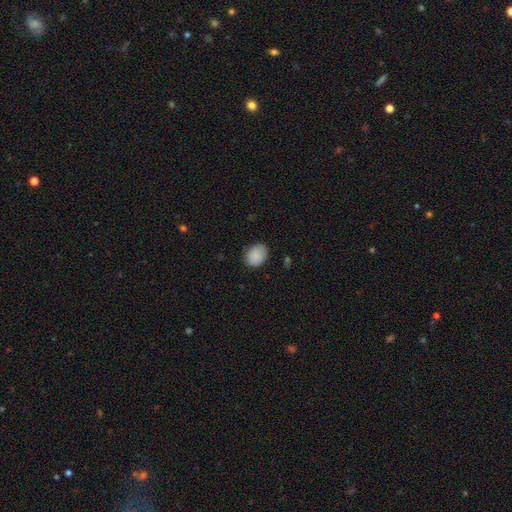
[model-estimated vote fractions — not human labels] Smooth or featured?
  - smooth: 88% *
  - star or artifact: 8%
  - featured or disk: 4%
How rounded?
  - in between: 57% *
  - round: 42%
  - cigar-shaped: 1%
Merging?
  - none: 80% *
  - minor disturbance: 16%
  - major disturbance: 3%
  - merger: 1%